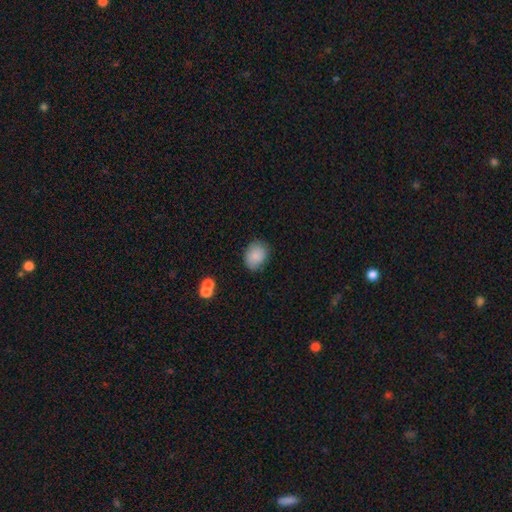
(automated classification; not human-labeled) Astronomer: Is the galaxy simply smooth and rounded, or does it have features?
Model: smooth — 85%.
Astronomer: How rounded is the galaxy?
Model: in between — 60% (runner-up: round, 39%).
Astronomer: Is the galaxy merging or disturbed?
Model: none — 77%.